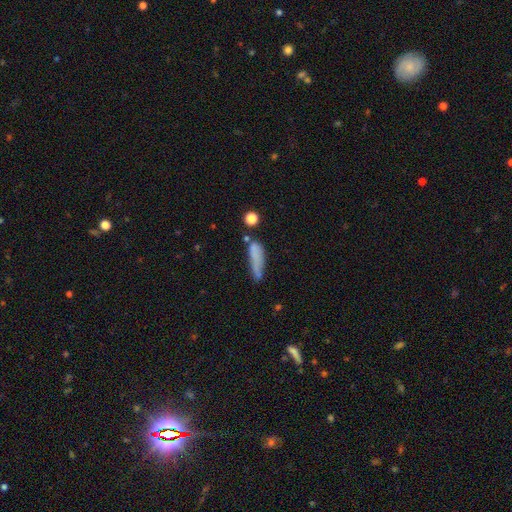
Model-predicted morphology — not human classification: Smooth or featured? smooth (68%)
How rounded? cigar-shaped (67%)
Merging? none (41%)